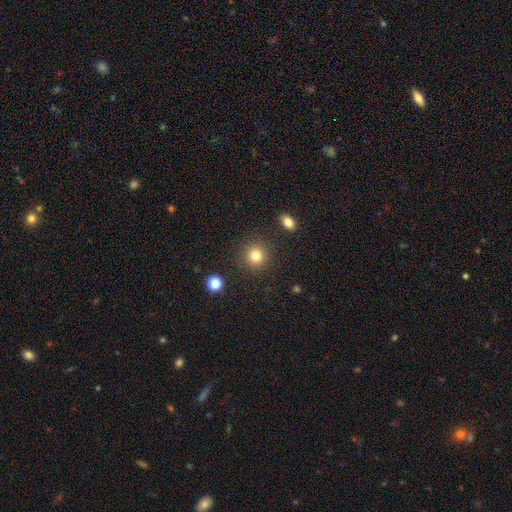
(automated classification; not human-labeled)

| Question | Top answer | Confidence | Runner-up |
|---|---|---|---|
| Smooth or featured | smooth | 83% | star or artifact (12%) |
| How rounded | round | 91% | in between (8%) |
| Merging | none | 89% | minor disturbance (6%) |